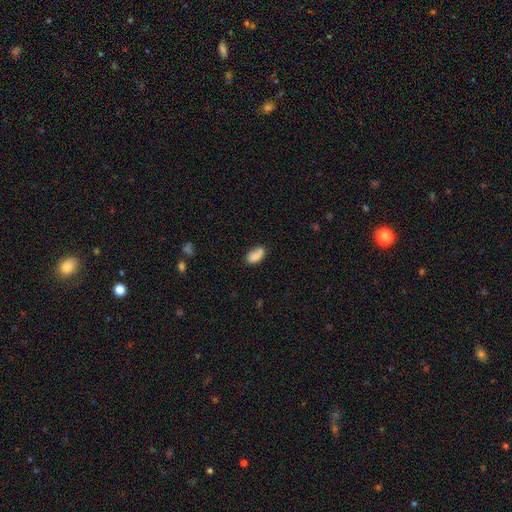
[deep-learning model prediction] This appears to be a smooth galaxy with no disk features (81%) that is in between round and cigar-shaped (90%). Merging: none (58%).